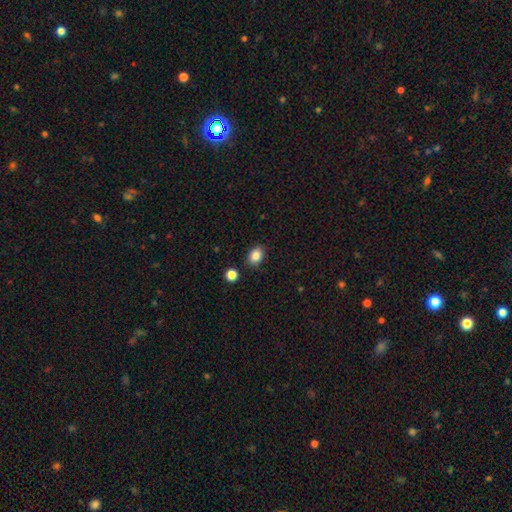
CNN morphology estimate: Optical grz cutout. It shows a smooth galaxy with no disk features (85%) that is in between round and cigar-shaped (66%). Merging: none (85%).